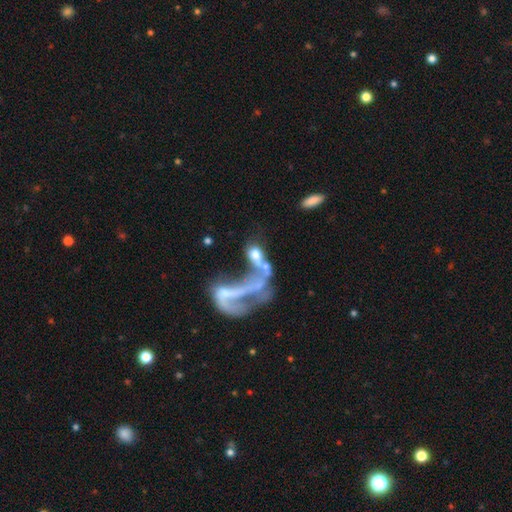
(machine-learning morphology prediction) A featured or disk galaxy (50%). Merging: merger (54%).